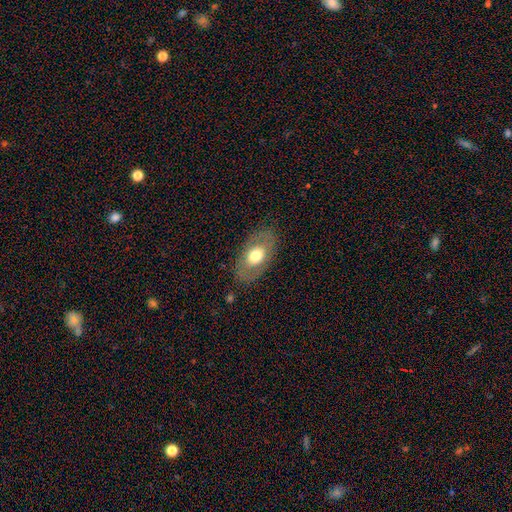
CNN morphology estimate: A smooth galaxy with no disk features (55%) that is in between round and cigar-shaped (88%).

Vote fractions:
- Smooth or featured? smooth: 55% / featured or disk: 39% / star or artifact: 6%
- How rounded? in between: 88% / round: 11% / cigar-shaped: 2%
- Merging? none: 82% / minor disturbance: 12% / major disturbance: 5% / merger: 1%